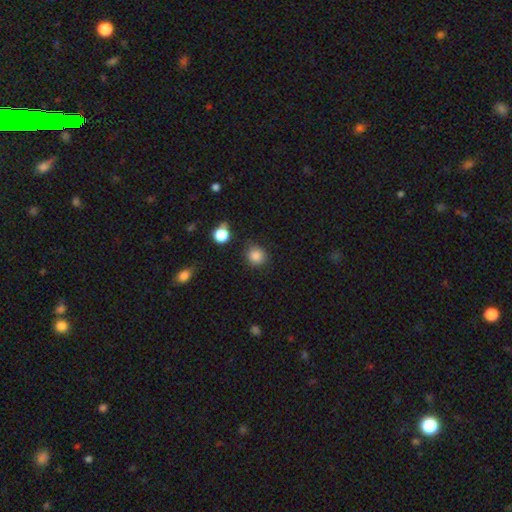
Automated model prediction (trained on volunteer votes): Smooth or featured?
  - smooth: 85% *
  - star or artifact: 11%
  - featured or disk: 4%
How rounded?
  - round: 87% *
  - in between: 12%
  - cigar-shaped: 1%
Merging?
  - none: 83% *
  - minor disturbance: 11%
  - major disturbance: 3%
  - merger: 3%